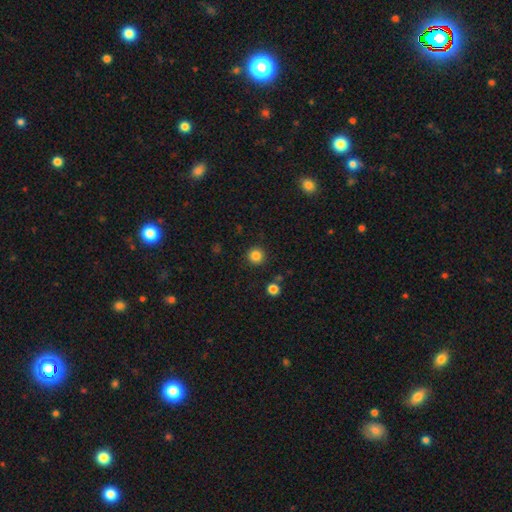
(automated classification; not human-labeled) Smooth or featured? smooth (85%)
How rounded? round (95%)
Merging? none (91%)